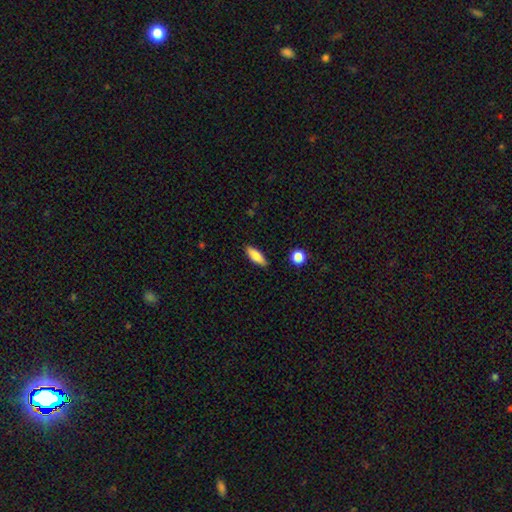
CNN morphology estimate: This appears to be a smooth galaxy with no disk features (83%) that is in between round and cigar-shaped (64%). Merging: none (86%).